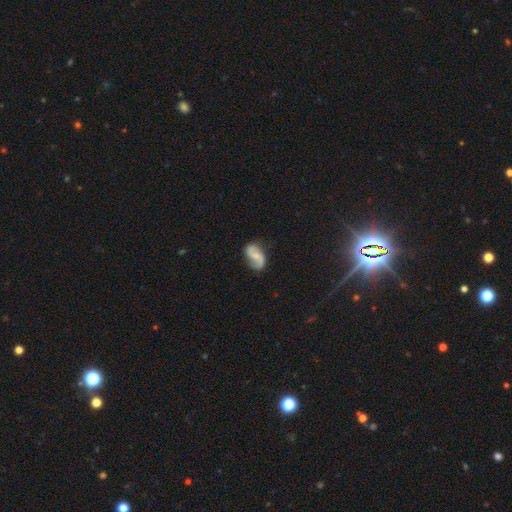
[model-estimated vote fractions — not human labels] Overall: featured or disk (69%). Edge-on disk: no (97%). Bar: no (47%; weak 40%). Spiral arms: yes (93%). Spiral arm count: 2 (84%). Spiral winding: loose (53%; medium 34%). Bulge size: small (43%; none 32%). Merging: none (68%).